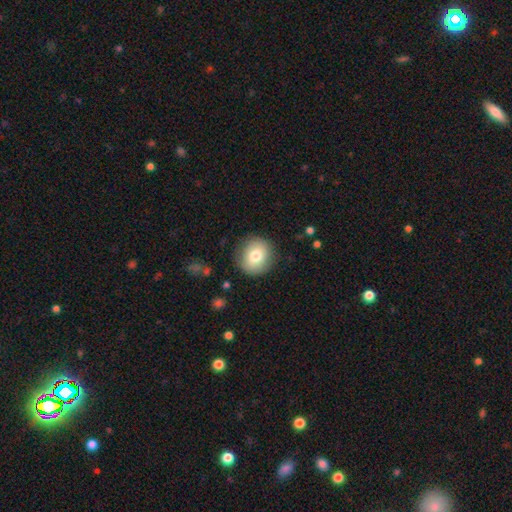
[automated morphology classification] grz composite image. It shows a smooth galaxy with no disk features (77%) that is round (85%). Merging: none (85%).